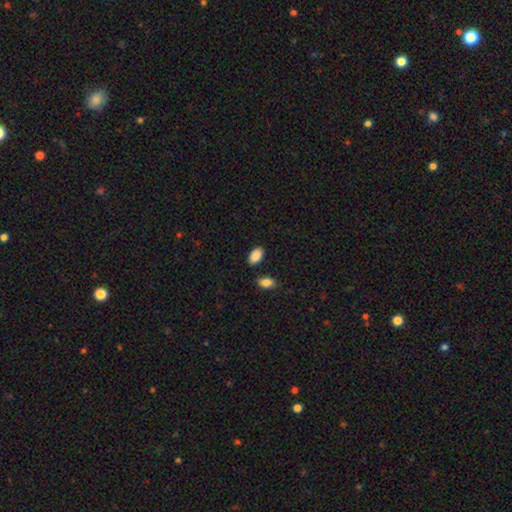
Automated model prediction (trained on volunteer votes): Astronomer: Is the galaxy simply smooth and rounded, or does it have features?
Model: smooth — 90%.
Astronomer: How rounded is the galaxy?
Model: in between — 93%.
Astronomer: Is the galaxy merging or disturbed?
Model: none — 82%.